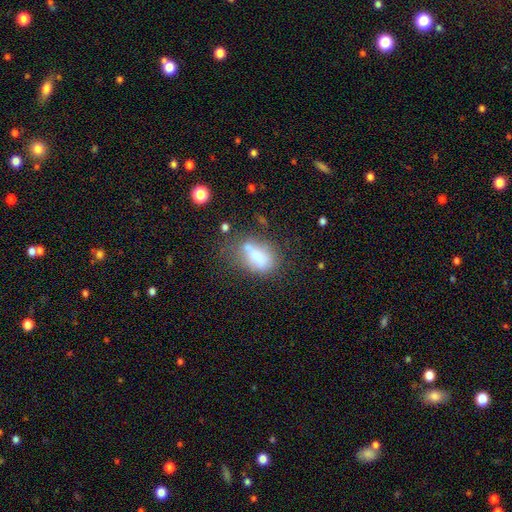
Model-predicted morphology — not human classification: The model was most divided on "merging": none: 38%, minor disturbance: 25%, major disturbance: 20%, merger: 17%. More confident: how rounded — in between (79%); smooth or featured — smooth (61%).